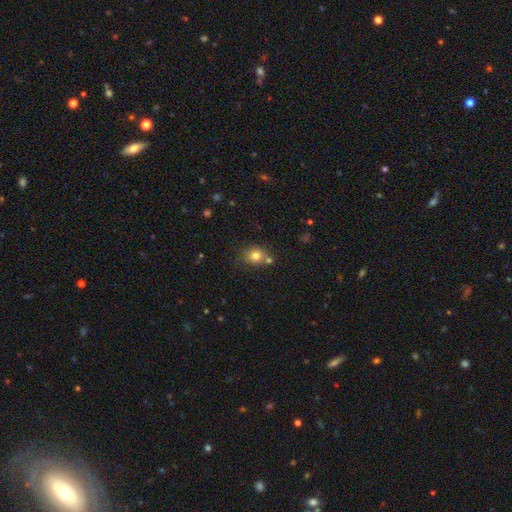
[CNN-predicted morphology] smooth 78%, star or artifact 12%, featured or disk 9%. Down the decision tree: how rounded — round (66%); merging — none (62%).